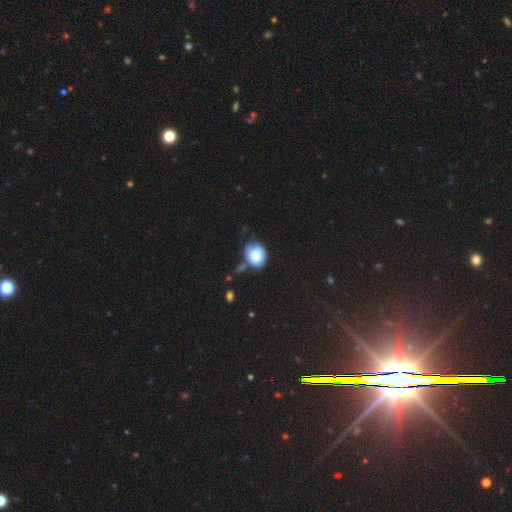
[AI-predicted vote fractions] Smooth or featured? smooth (81%)
How rounded? round (67%)
Merging? none (49%)